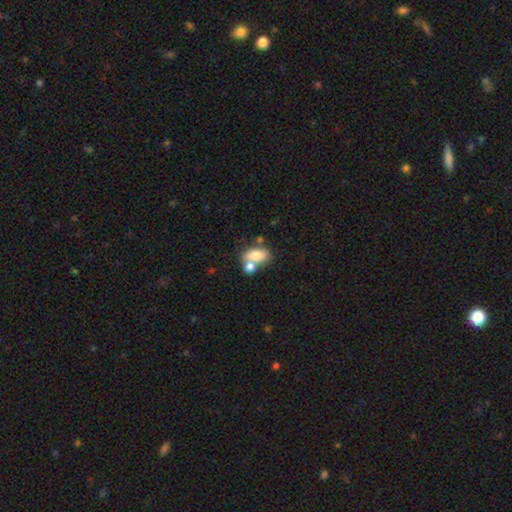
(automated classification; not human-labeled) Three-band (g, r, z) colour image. It shows a smooth galaxy with no disk features (76%) that is in between round and cigar-shaped (85%). Merging: merger (47%).